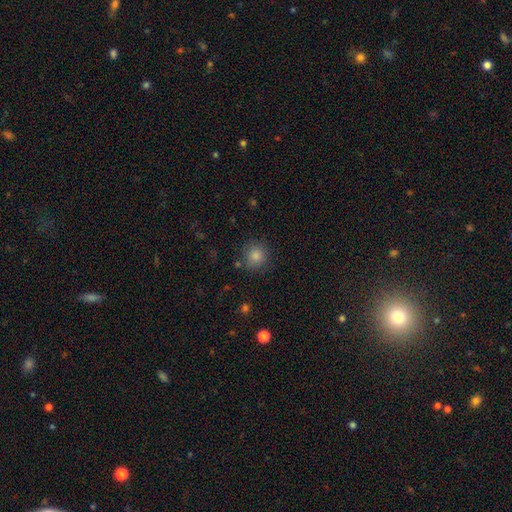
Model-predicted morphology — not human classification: This is clearly a smooth galaxy (84%). How rounded: clearly round (91%). Merging: clearly none (81%).